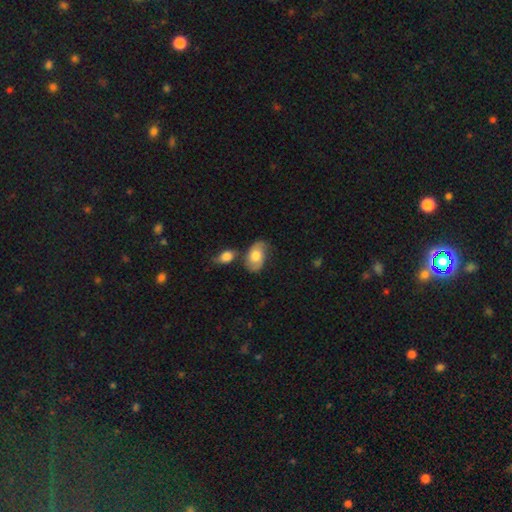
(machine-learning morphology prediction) Smooth or featured? Predicted: smooth (p=0.55). How rounded? Predicted: in between (p=0.89). Merging? Predicted: none (p=0.55).